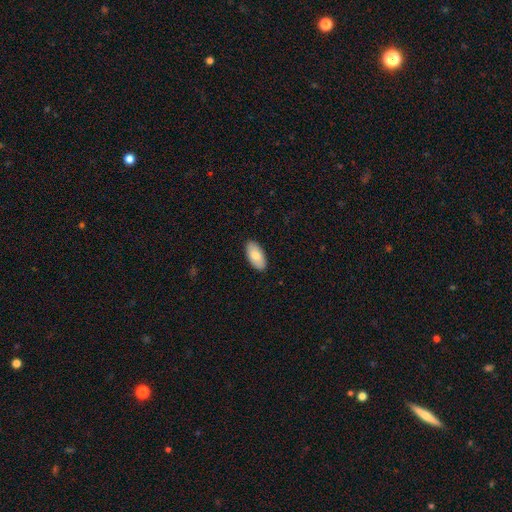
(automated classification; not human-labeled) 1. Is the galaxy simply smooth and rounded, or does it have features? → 80% smooth, 14% featured or disk, 6% star or artifact.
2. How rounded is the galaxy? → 94% in between, 4% cigar-shaped, 2% round.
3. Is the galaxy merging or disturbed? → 89% none, 8% minor disturbance, 2% major disturbance, 1% merger.